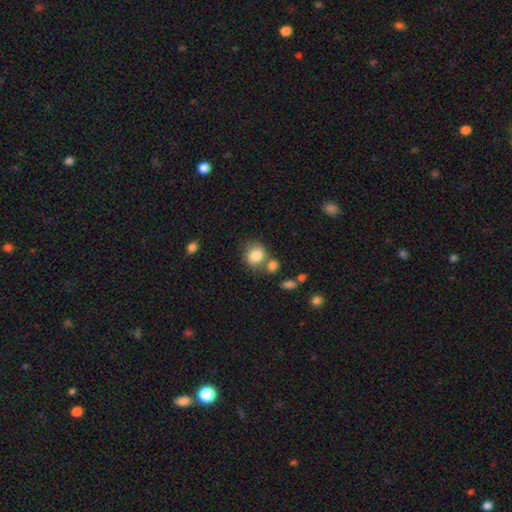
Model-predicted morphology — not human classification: smooth_or_featured: smooth (p=0.83) [alt: star or artifact p=0.08]
how_rounded: round (p=0.65) [alt: in between p=0.34]
merging: none (p=0.52) [alt: merger p=0.28]